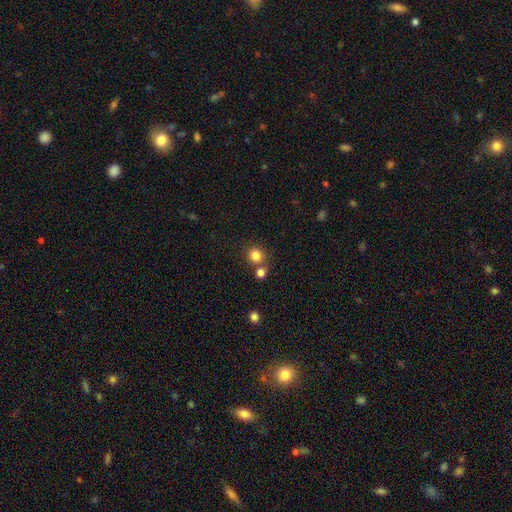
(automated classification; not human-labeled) The model was most divided on "merging": none: 68%, merger: 21%, minor disturbance: 8%, major disturbance: 3%. More confident: how rounded — round (88%); smooth or featured — smooth (83%).